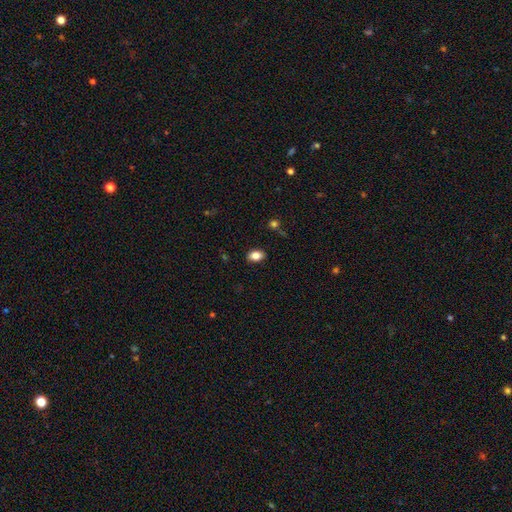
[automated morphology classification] A smooth galaxy with no disk features (83%) that is in between round and cigar-shaped (86%).

Vote fractions:
- Smooth or featured? smooth: 83% / star or artifact: 9% / featured or disk: 8%
- How rounded? in between: 86% / round: 12% / cigar-shaped: 2%
- Merging? none: 88% / minor disturbance: 9% / major disturbance: 2% / merger: 1%